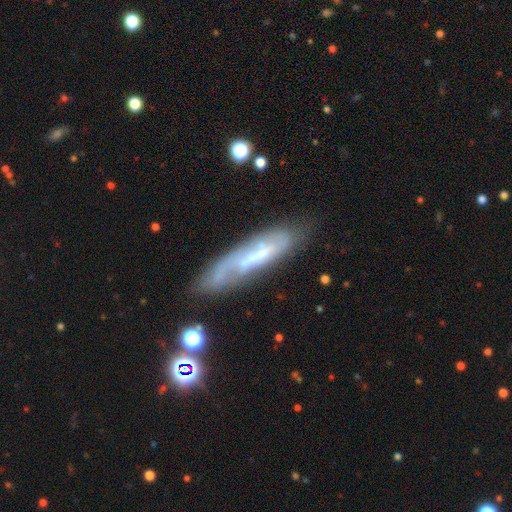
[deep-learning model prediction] Smooth or featured: featured or disk — 59% (smooth — 33%)
Edge-on disk: no — 61% (yes — 39%)
Merging: none — 59% (minor disturbance — 24%)